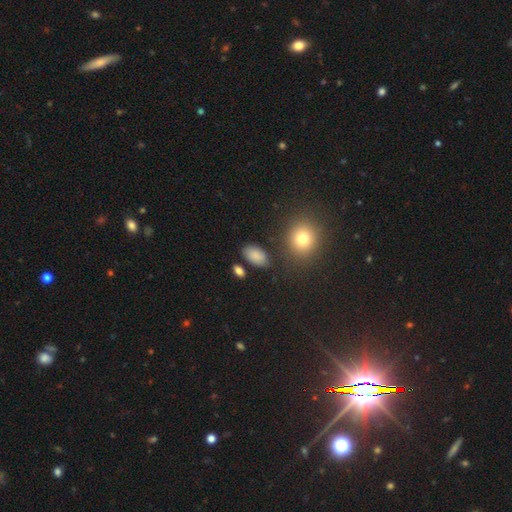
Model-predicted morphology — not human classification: smooth_or_featured: smooth (p=0.84) [alt: star or artifact p=0.09]
how_rounded: in between (p=0.92) [alt: round p=0.07]
merging: none (p=0.79) [alt: minor disturbance p=0.14]